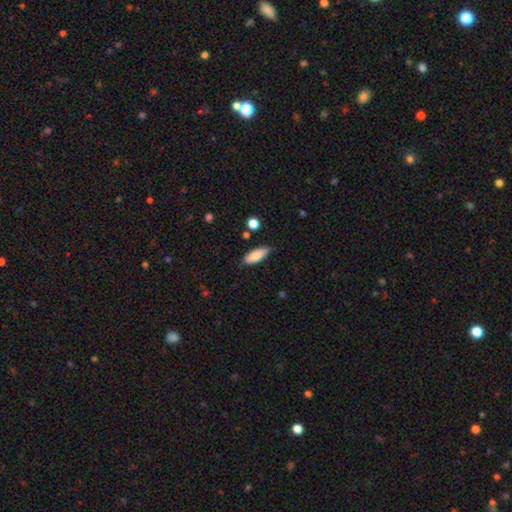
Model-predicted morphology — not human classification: A smooth galaxy with no disk features (83%) that is in between round and cigar-shaped (68%). Merging: none (81%).